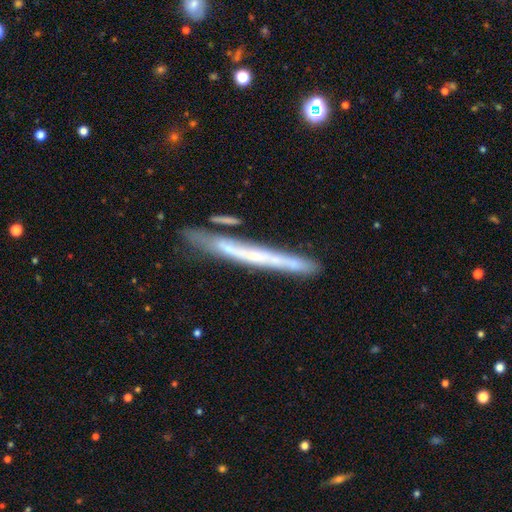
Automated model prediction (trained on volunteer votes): This appears to be a featured or disk galaxy (60%) viewed edge-on (90%) with no central bulge (84%). Merging: none (74%).